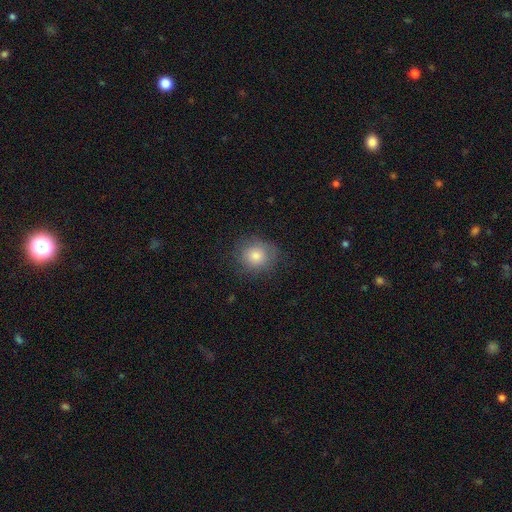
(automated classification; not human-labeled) Overall: smooth (78%). How rounded: round (84%). Merging: none (79%).